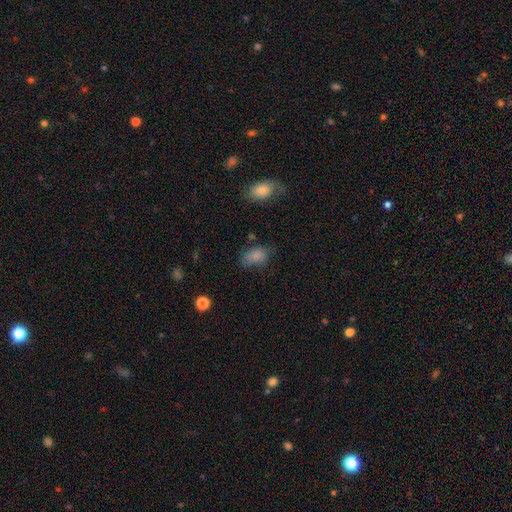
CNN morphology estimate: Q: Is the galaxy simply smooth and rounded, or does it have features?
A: smooth — 81%.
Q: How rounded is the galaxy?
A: in between — 88%.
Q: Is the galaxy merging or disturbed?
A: none — 53%.